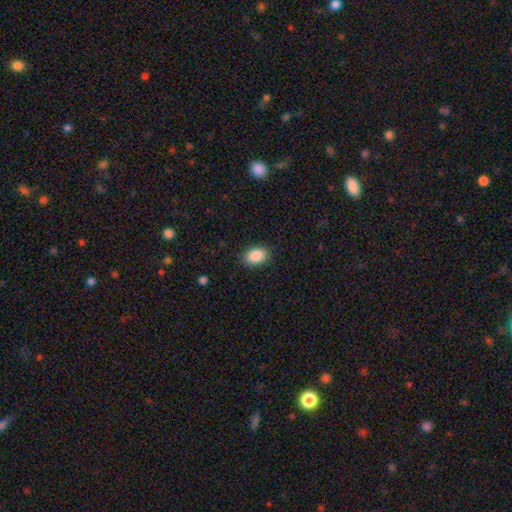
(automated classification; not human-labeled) Smooth or featured?
  - smooth: 89% *
  - star or artifact: 8%
  - featured or disk: 3%
How rounded?
  - in between: 79% *
  - round: 20%
  - cigar-shaped: 1%
Merging?
  - none: 87% *
  - minor disturbance: 9%
  - major disturbance: 3%
  - merger: 1%